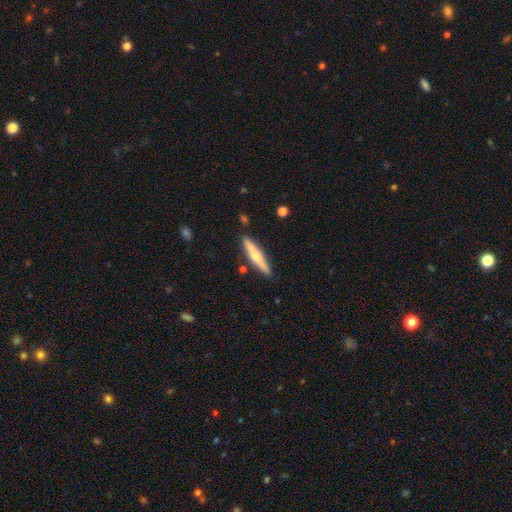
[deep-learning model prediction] Smooth or featured: featured or disk — 48% (smooth — 47%)
Merging: none — 87% (minor disturbance — 9%)